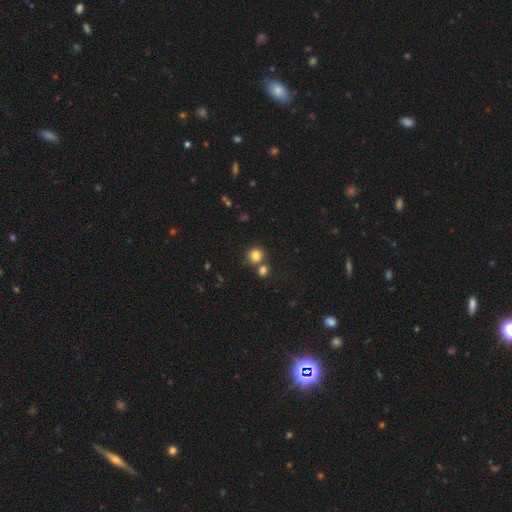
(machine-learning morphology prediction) A smooth galaxy with no disk features (81%) that is round (88%).

Vote fractions:
- Smooth or featured? smooth: 81% / star or artifact: 12% / featured or disk: 7%
- How rounded? round: 88% / in between: 11% / cigar-shaped: 1%
- Merging? none: 66% / merger: 24% / minor disturbance: 8% / major disturbance: 3%